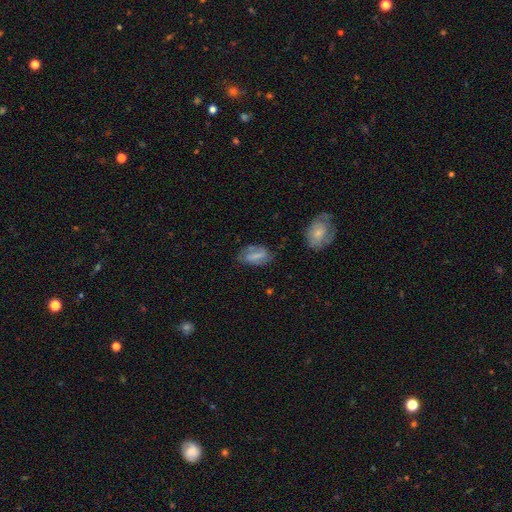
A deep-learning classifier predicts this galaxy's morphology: Q: Smooth or featured?
A: smooth (55%); runner-up: featured or disk (37%)
Q: How rounded?
A: in between (86%); runner-up: cigar-shaped (8%)
Q: Merging?
A: none (59%); runner-up: minor disturbance (26%)